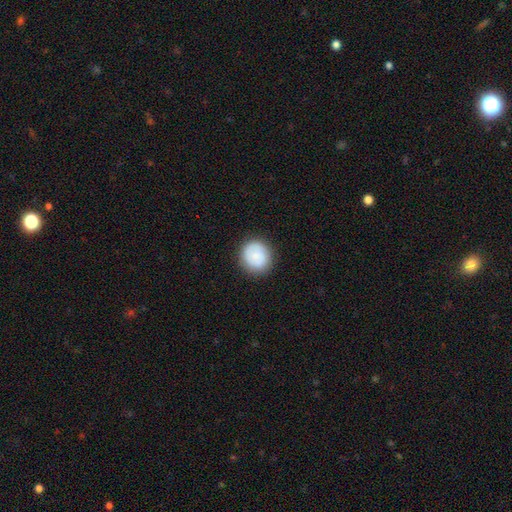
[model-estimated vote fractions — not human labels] smooth_or_featured: smooth (p=0.72) [alt: featured or disk p=0.21]
how_rounded: round (p=0.87) [alt: in between p=0.12]
merging: none (p=0.88) [alt: minor disturbance p=0.08]